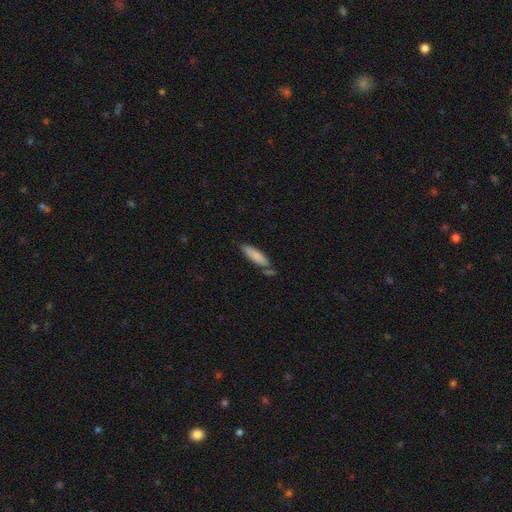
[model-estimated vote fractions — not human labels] Q: Smooth or featured?
A: smooth (83%); runner-up: featured or disk (11%)
Q: How rounded?
A: cigar-shaped (57%); runner-up: in between (42%)
Q: Merging?
A: none (66%); runner-up: minor disturbance (18%)